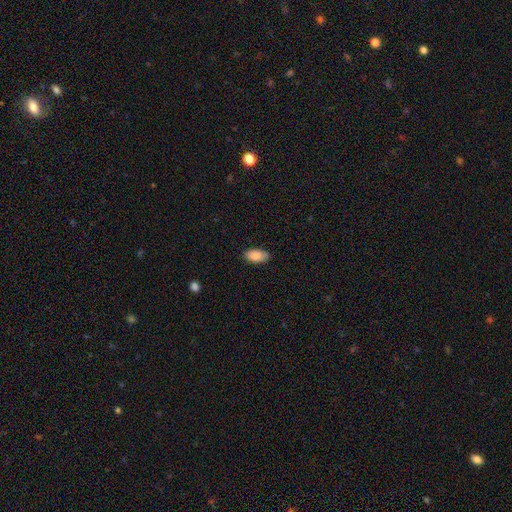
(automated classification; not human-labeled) Smooth or featured? smooth (87%)
How rounded? in between (94%)
Merging? none (85%)